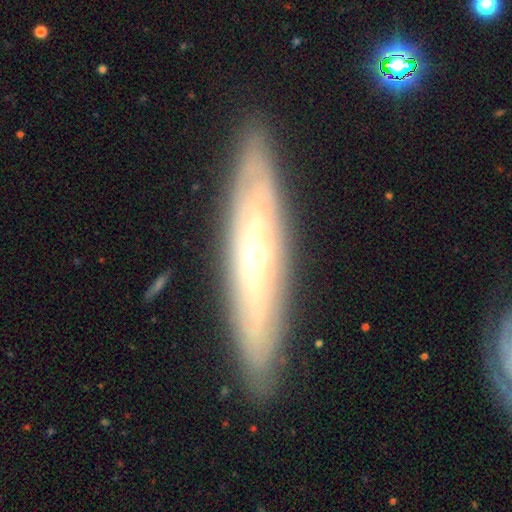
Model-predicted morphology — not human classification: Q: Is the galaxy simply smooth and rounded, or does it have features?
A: featured or disk — 76%.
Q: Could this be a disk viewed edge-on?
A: yes — 55%.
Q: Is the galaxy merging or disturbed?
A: none — 86%.